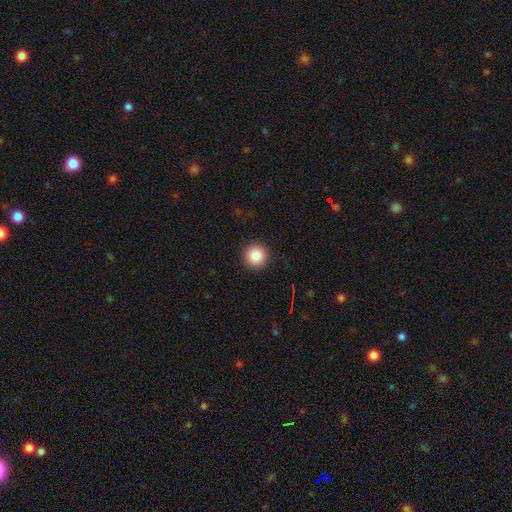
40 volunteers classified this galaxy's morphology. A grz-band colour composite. It shows a smooth galaxy with no disk features (85%) that is round (97%). Merging: none (91%).